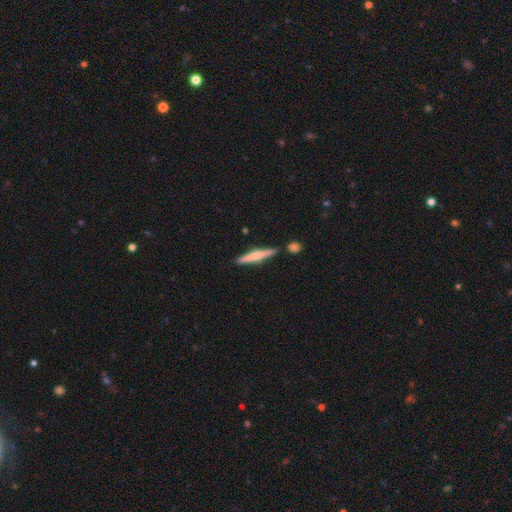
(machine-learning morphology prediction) This is possibly a smooth galaxy (52%). How rounded: clearly cigar-shaped (92%). Merging: clearly none (80%).